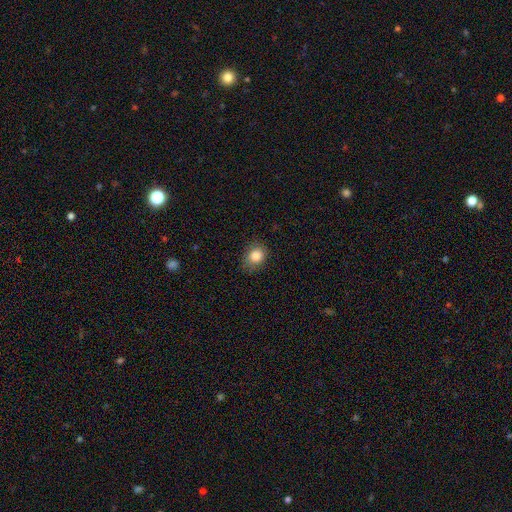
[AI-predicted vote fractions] The model was most divided on "how rounded": round: 57%, in between: 42%, cigar-shaped: 1%. More confident: smooth or featured — smooth (85%); merging — none (74%).